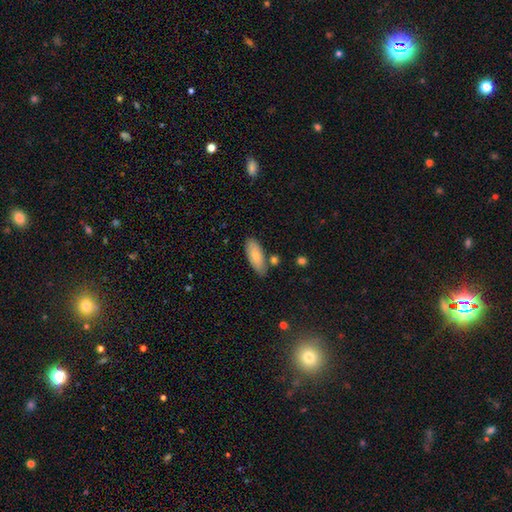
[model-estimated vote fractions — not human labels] A smooth galaxy with no disk features (79%) that is in between round and cigar-shaped (77%). Merging: none (76%).